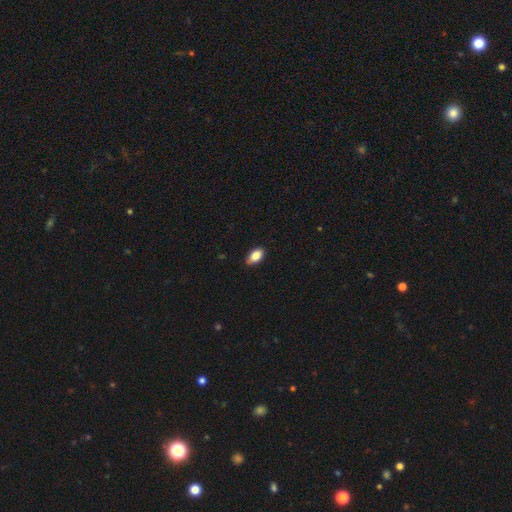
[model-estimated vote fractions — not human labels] Morphology: type=smooth (84%); roundness=in between (91%); merging=none (79%).